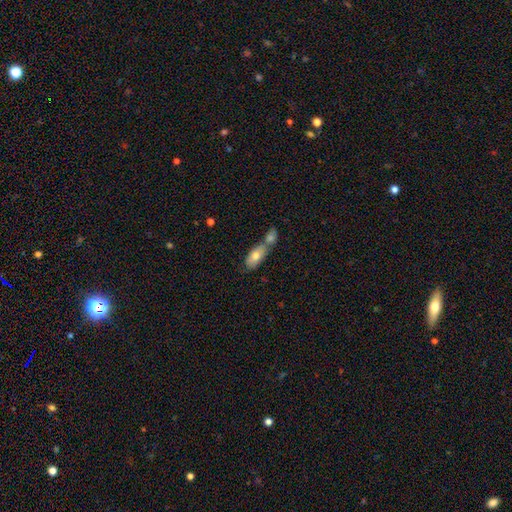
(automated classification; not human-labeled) Smooth or featured: smooth — 70% (featured or disk — 23%)
How rounded: in between — 85% (cigar-shaped — 10%)
Merging: merger — 58% (none — 28%)